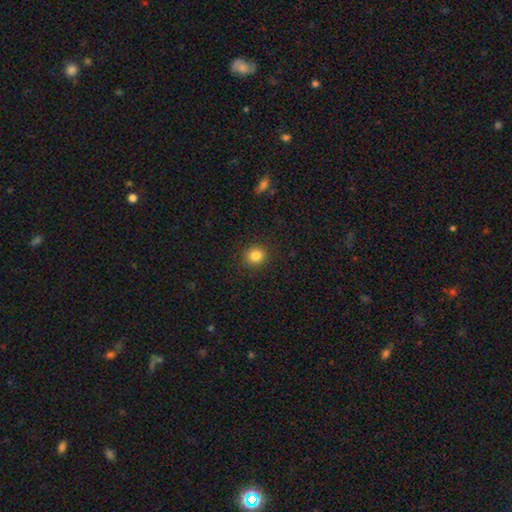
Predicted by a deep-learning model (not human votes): The model was most divided on "smooth or featured": smooth: 84%, star or artifact: 11%, featured or disk: 5%. More confident: merging — none (91%); how rounded — round (87%).